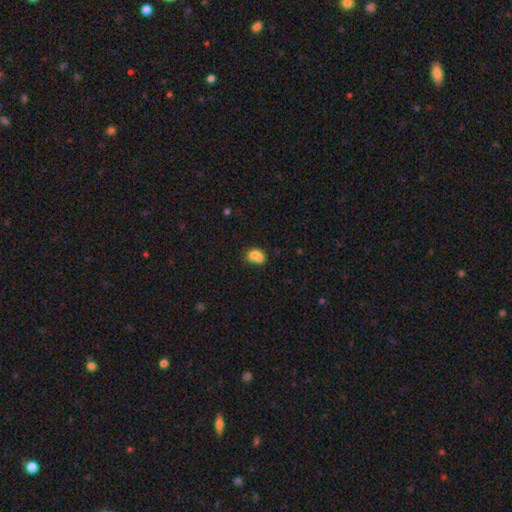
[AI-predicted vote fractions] Smooth or featured? Predicted: smooth (p=0.74). How rounded? Predicted: in between (p=0.58). Merging? Predicted: merger (p=0.50).